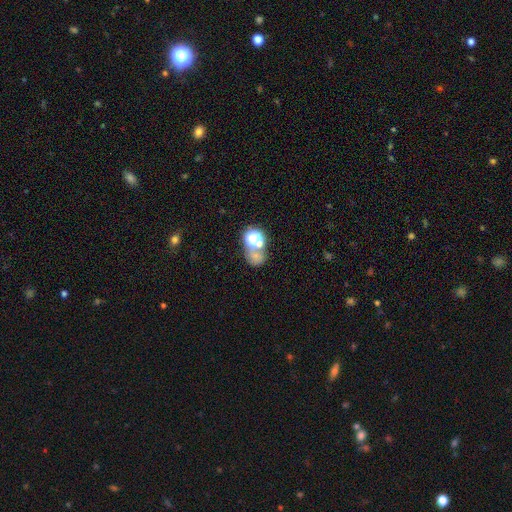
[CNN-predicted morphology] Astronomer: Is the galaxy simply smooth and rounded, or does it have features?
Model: smooth — 51% (runner-up: star or artifact, 34%).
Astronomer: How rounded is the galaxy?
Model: round — 60% (runner-up: in between, 39%).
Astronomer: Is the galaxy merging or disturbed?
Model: none — 39% (runner-up: merger, 38%).